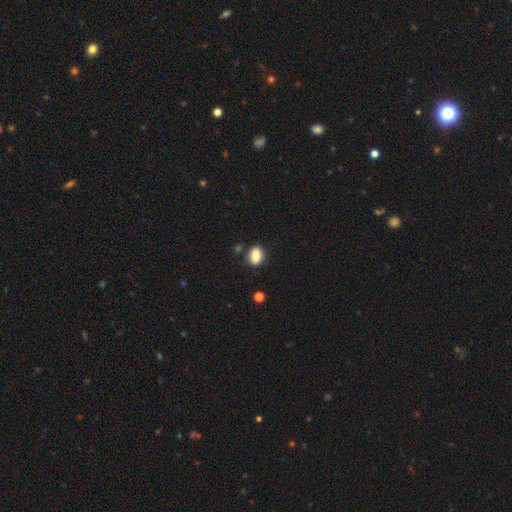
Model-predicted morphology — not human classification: Smooth or featured?
  - smooth: 84% *
  - star or artifact: 9%
  - featured or disk: 8%
How rounded?
  - in between: 76% *
  - round: 20%
  - cigar-shaped: 4%
Merging?
  - none: 80% *
  - minor disturbance: 13%
  - merger: 4%
  - major disturbance: 3%